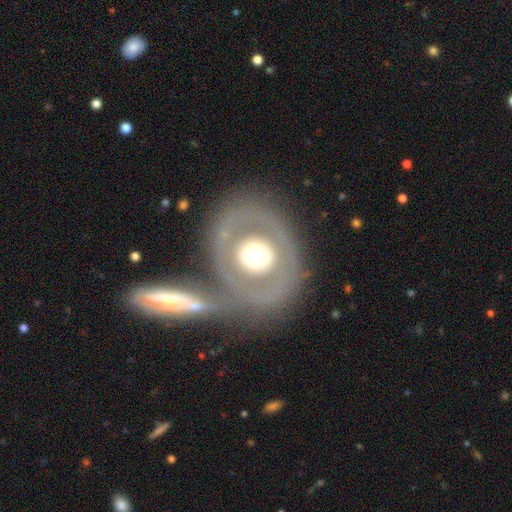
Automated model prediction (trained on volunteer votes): Smooth or featured? Predicted: featured or disk (p=0.51). Edge-on disk? Predicted: no (p=0.93). Merging? Predicted: none (p=0.64).